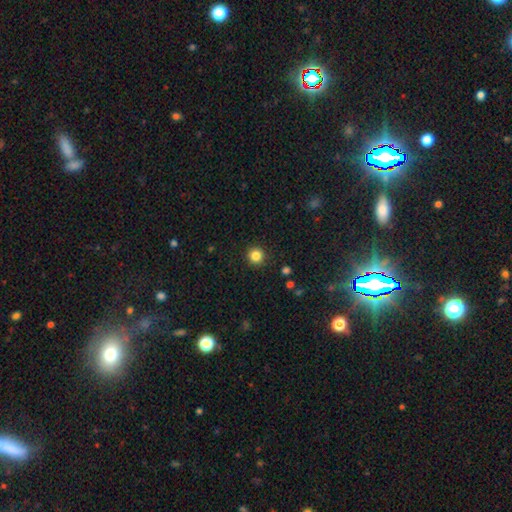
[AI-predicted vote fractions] Smooth or featured? smooth (84%)
How rounded? round (95%)
Merging? none (92%)